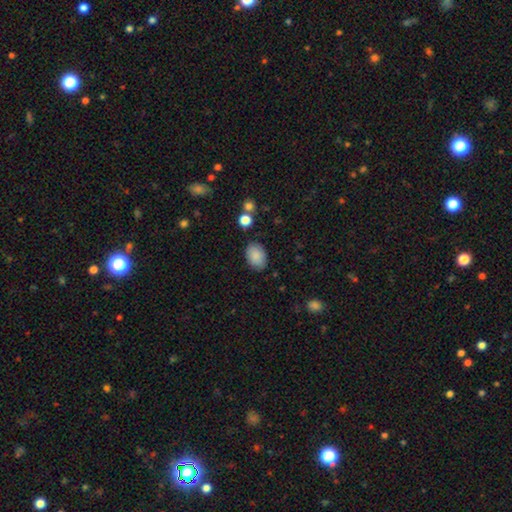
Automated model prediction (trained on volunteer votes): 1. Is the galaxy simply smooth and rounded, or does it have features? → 86% smooth, 7% star or artifact, 6% featured or disk.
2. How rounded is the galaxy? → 83% in between, 16% round, 1% cigar-shaped.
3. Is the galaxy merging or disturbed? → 82% none, 13% minor disturbance, 3% major disturbance, 2% merger.